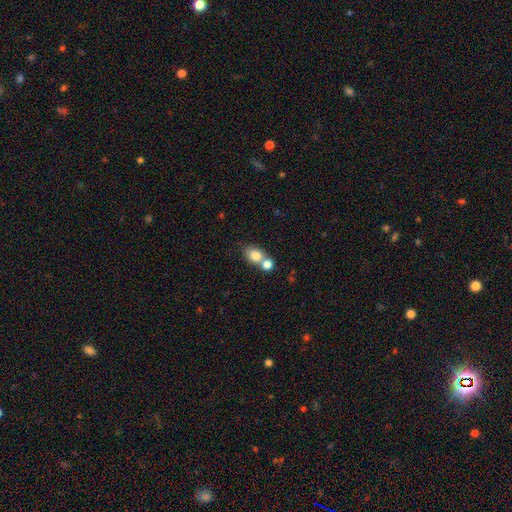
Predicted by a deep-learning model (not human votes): Smooth or featured?
  - smooth: 78% *
  - featured or disk: 12%
  - star or artifact: 9%
How rounded?
  - in between: 60% *
  - round: 38%
  - cigar-shaped: 2%
Merging?
  - merger: 50% *
  - none: 38%
  - minor disturbance: 8%
  - major disturbance: 3%